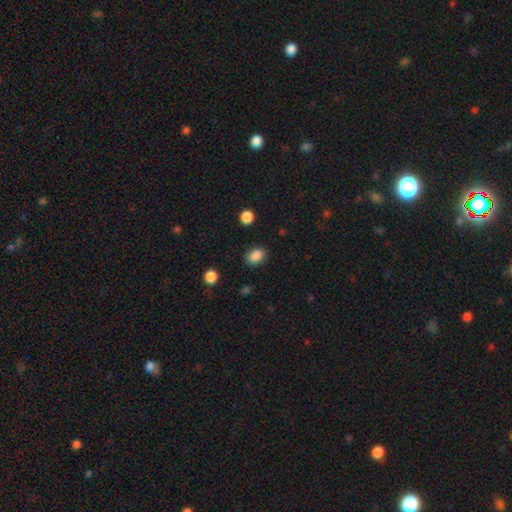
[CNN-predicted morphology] This appears to be a smooth galaxy with no disk features (87%) that is in between round and cigar-shaped (65%). Merging: none (86%).